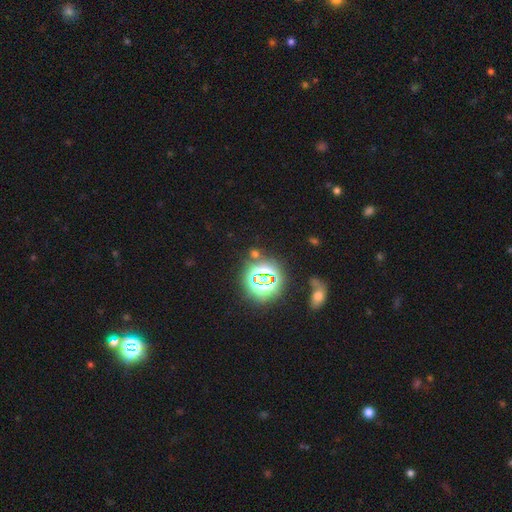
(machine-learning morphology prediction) This is likely a star or artifact rather than a galaxy (74%).